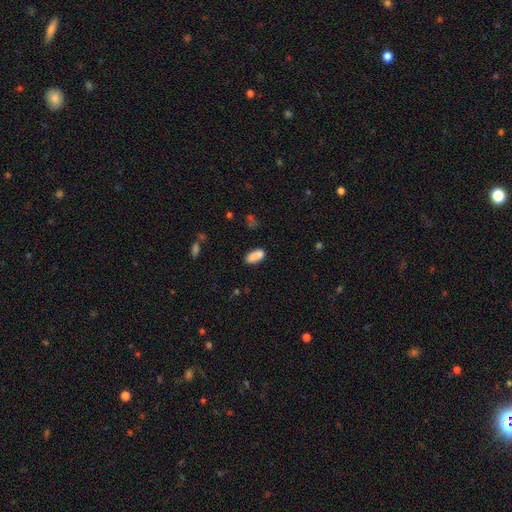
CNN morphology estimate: type=smooth (84%); roundness=in between (86%); merging=none (61%).